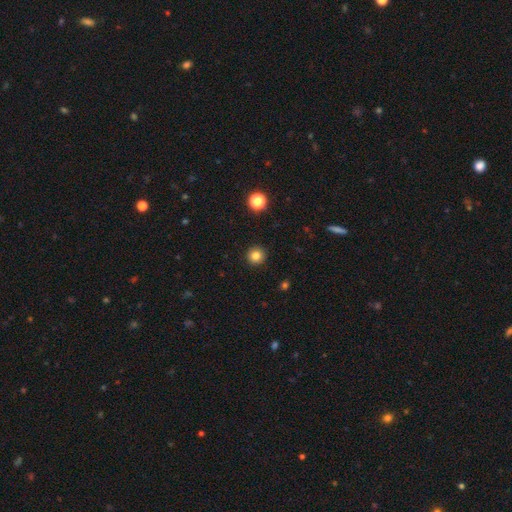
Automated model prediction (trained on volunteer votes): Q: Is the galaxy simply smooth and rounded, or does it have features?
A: smooth — 82%.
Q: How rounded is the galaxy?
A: round — 95%.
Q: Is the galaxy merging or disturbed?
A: none — 93%.